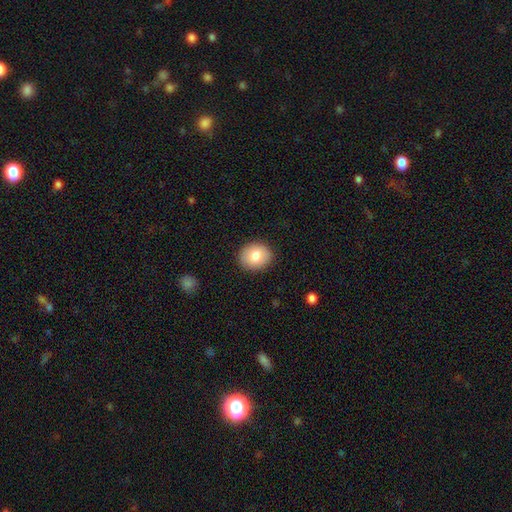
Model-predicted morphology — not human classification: The model was most divided on "how rounded": round: 68%, in between: 32%, cigar-shaped: 1%. More confident: merging — none (89%); smooth or featured — smooth (80%).